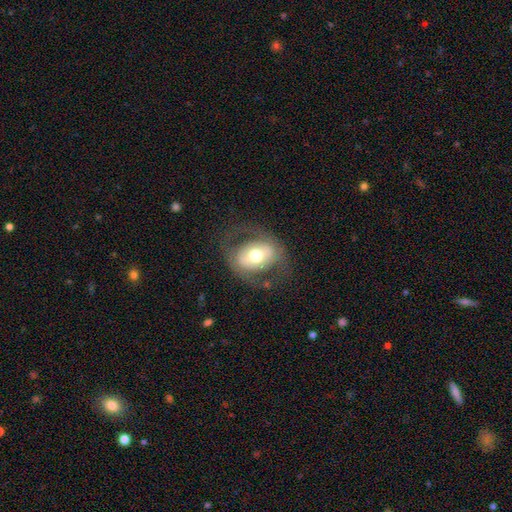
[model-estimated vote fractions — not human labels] featured or disk 52%, smooth 41%, star or artifact 7%. Down the decision tree: edge-on disk — no (92%); merging — none (68%).